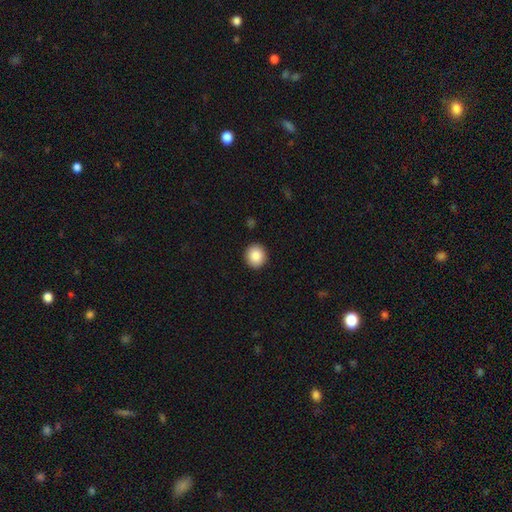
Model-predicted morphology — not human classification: type=smooth (87%); roundness=round (89%); merging=none (92%).